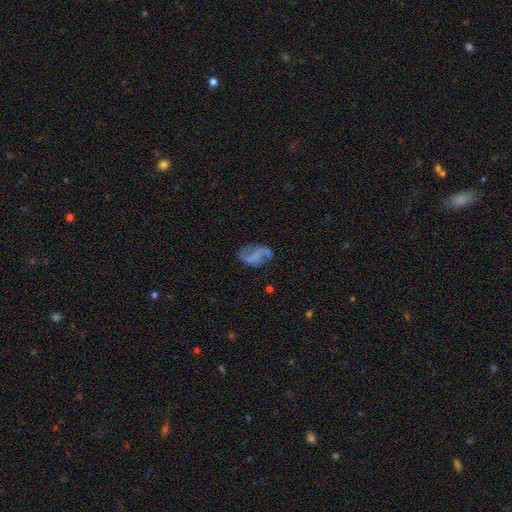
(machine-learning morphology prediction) A featured or disk galaxy (68%) with no bar (51%), spiral arms (72%) and no central bulge (73%).

Vote fractions:
- Smooth or featured? featured or disk: 68% / smooth: 21% / star or artifact: 11%
- Edge-on disk? no: 97% / yes: 3%
- Bar? no: 51% / weak: 31% / strong: 18%
- Spiral arms? yes: 72% / no: 28%
- Bulge size? none: 73% / small: 17% / moderate: 6% / large: 2% / dominant: 1%
- Merging? none: 52% / major disturbance: 22% / minor disturbance: 21% / merger: 6%